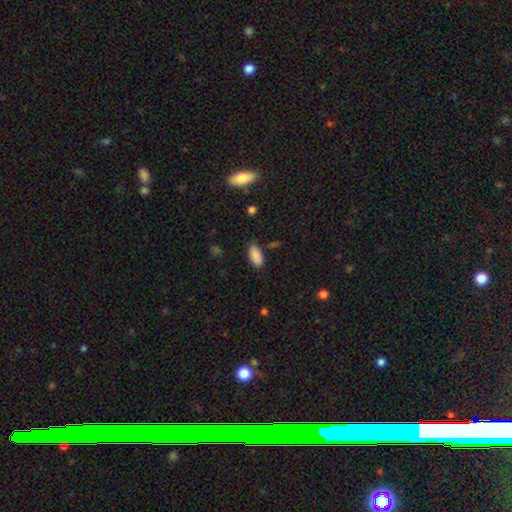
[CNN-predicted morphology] smooth 88%, star or artifact 8%, featured or disk 4%. Down the decision tree: how rounded — in between (87%); merging — none (79%).